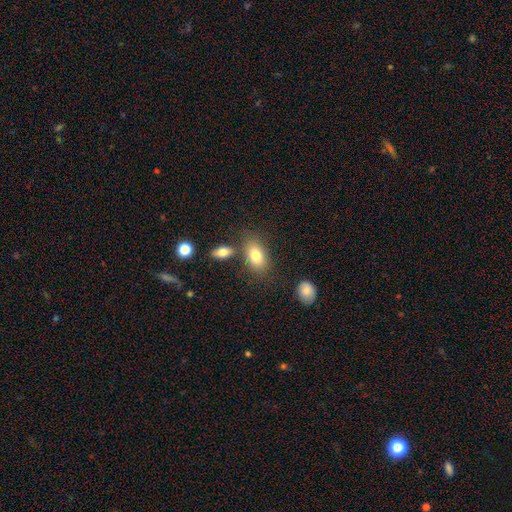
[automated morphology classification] smooth 80%, featured or disk 12%, star or artifact 8%. Down the decision tree: how rounded — in between (87%); merging — none (69%).